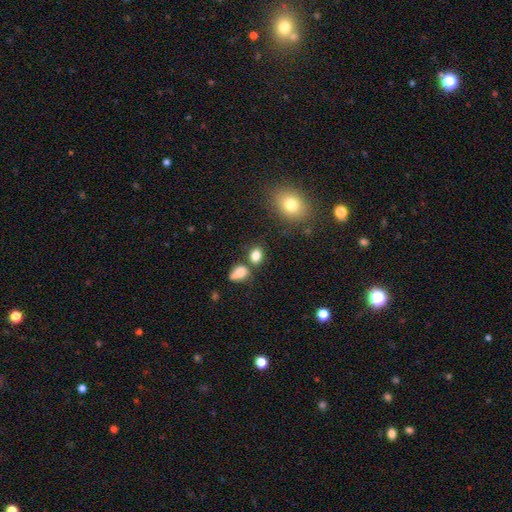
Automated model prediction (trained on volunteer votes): Smooth or featured? Predicted: smooth (p=0.83). How rounded? Predicted: in between (p=0.67). Merging? Predicted: none (p=0.60).